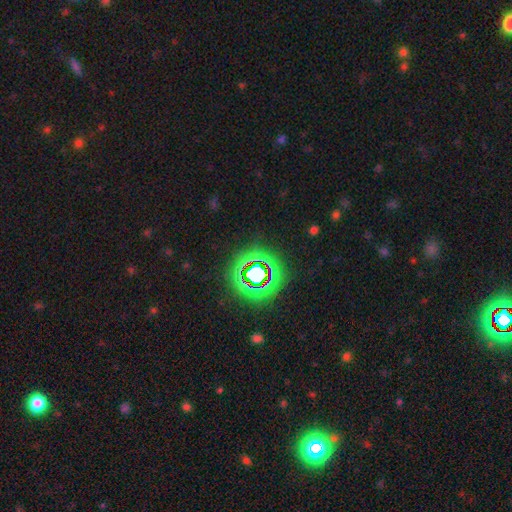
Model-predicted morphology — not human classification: This is likely a star or artifact rather than a galaxy (74%).